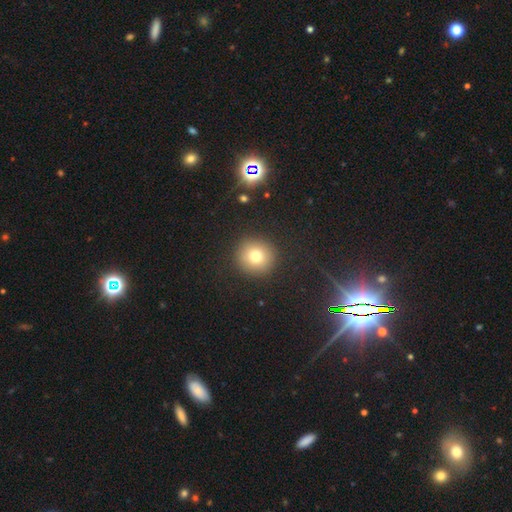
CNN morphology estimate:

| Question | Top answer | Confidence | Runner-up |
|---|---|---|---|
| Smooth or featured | smooth | 76% | star or artifact (14%) |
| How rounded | round | 93% | in between (6%) |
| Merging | none | 91% | minor disturbance (6%) |